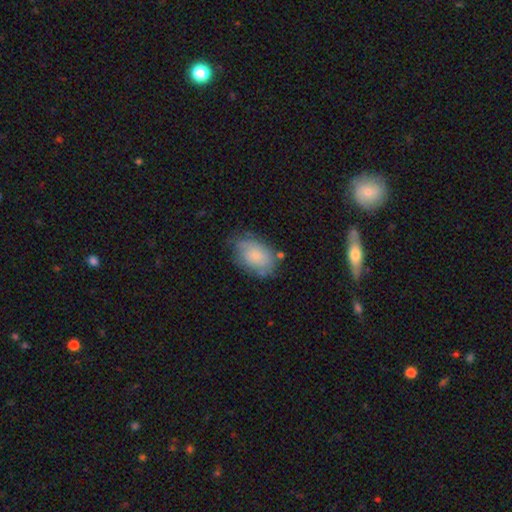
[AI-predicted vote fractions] This appears to be a smooth galaxy with no disk features (73%) that is in between round and cigar-shaped (86%). Merging: none (59%).